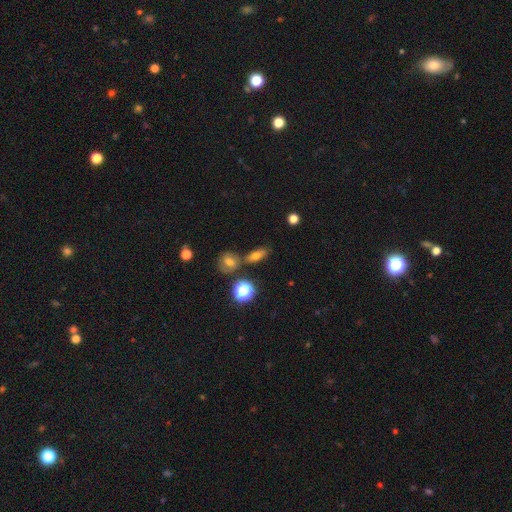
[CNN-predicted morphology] Smooth or featured? smooth (62%)
How rounded? in between (67%)
Merging? none (65%)